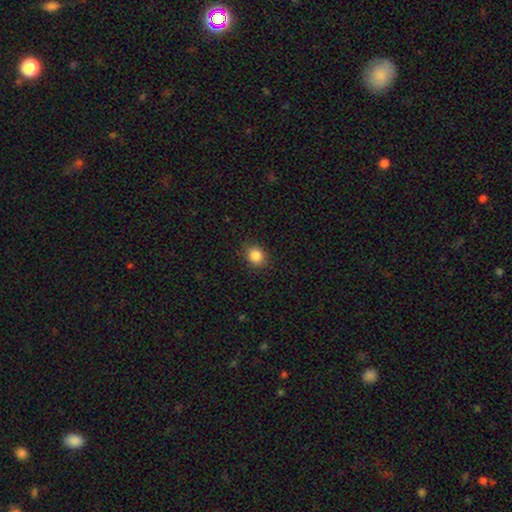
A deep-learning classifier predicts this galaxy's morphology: The model was most divided on "how rounded": round: 66%, in between: 33%, cigar-shaped: 1%. More confident: merging — none (88%); smooth or featured — smooth (86%).